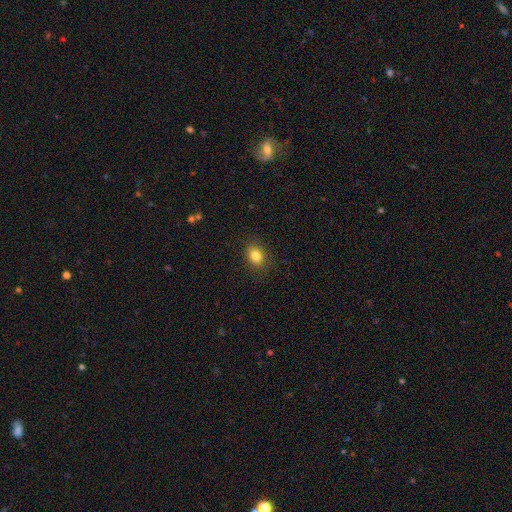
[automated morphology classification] A smooth galaxy with no disk features (83%) that is in between round and cigar-shaped (52%).

Vote fractions:
- Smooth or featured? smooth: 83% / star or artifact: 11% / featured or disk: 6%
- How rounded? in between: 52% / round: 47% / cigar-shaped: 1%
- Merging? none: 87% / minor disturbance: 9% / major disturbance: 3% / merger: 1%